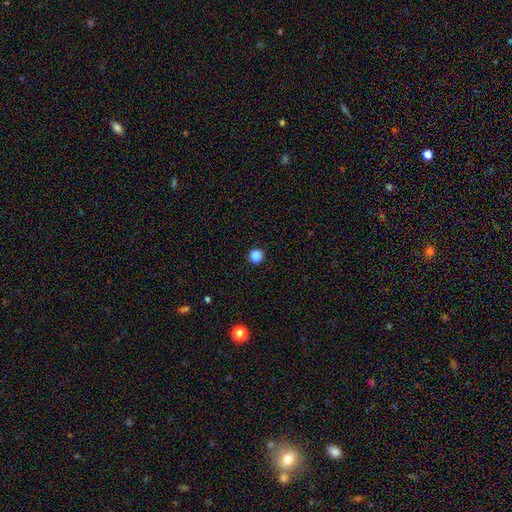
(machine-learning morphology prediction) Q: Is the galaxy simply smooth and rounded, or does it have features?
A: smooth — 87%.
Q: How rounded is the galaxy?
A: round — 95%.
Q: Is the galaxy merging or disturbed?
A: none — 92%.